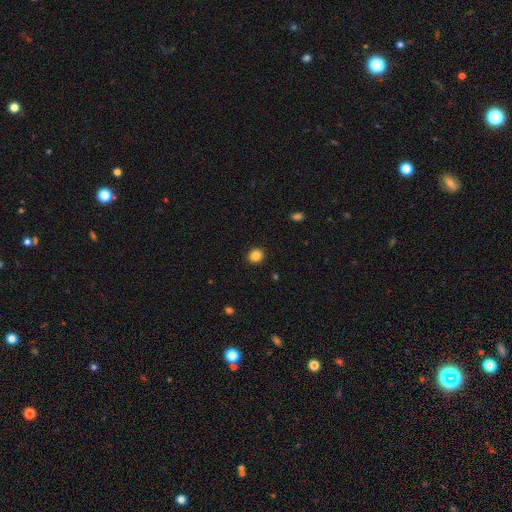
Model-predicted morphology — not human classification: A smooth galaxy with no disk features (86%) that is round (82%). Merging: none (92%).